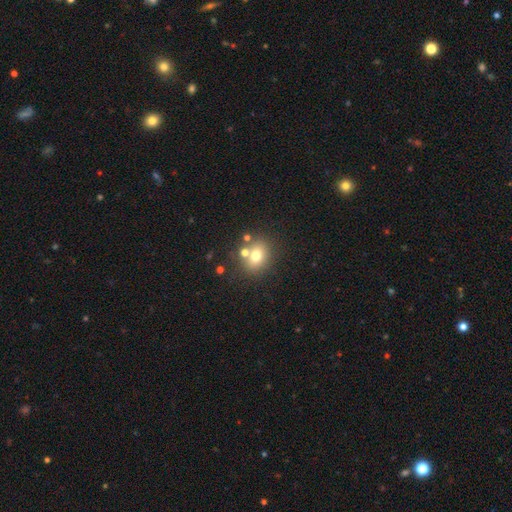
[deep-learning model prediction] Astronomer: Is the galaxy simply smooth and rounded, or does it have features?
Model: smooth — 72%.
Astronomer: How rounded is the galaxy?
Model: round — 58% (runner-up: in between, 41%).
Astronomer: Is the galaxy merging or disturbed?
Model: none — 67%.